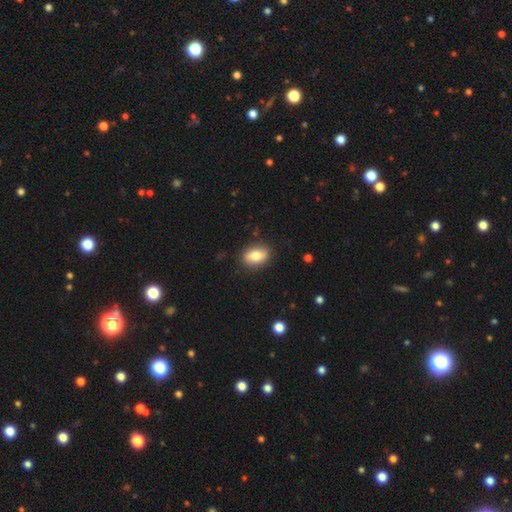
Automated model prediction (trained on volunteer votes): Smooth or featured: smooth — 78% (featured or disk — 14%)
How rounded: in between — 83% (round — 14%)
Merging: none — 86% (minor disturbance — 10%)